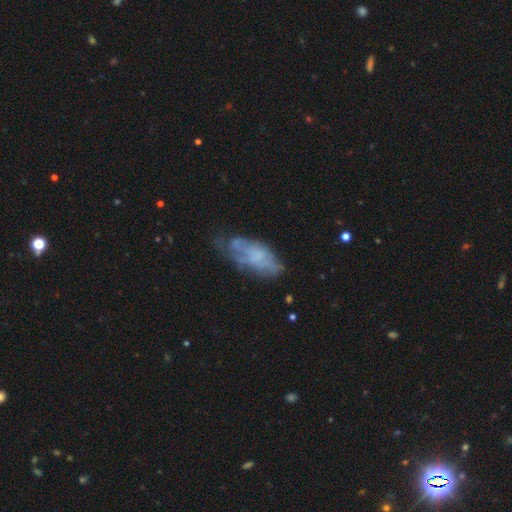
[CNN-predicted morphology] A featured or disk galaxy (48%). Merging: none (47%).